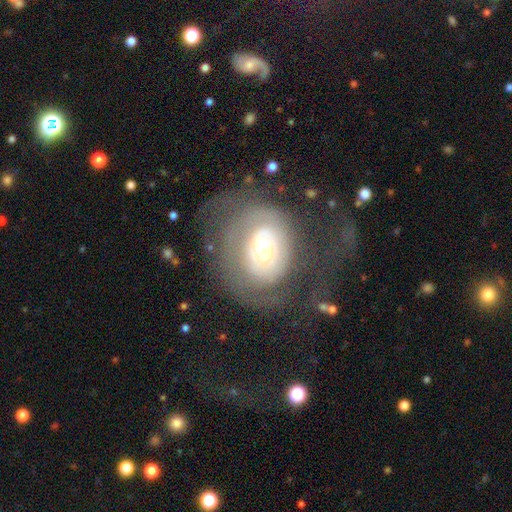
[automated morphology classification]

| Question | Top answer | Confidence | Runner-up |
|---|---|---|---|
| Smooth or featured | featured or disk | 72% | smooth (19%) |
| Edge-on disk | no | 96% | yes (4%) |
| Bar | no | 54% | weak (32%) |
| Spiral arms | yes | 76% | no (24%) |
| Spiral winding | tight | 50% | medium (31%) |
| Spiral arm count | can't tell | 37% | 2 (36%) |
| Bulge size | moderate | 58% | small (25%) |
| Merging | none | 48% | major disturbance (34%) |